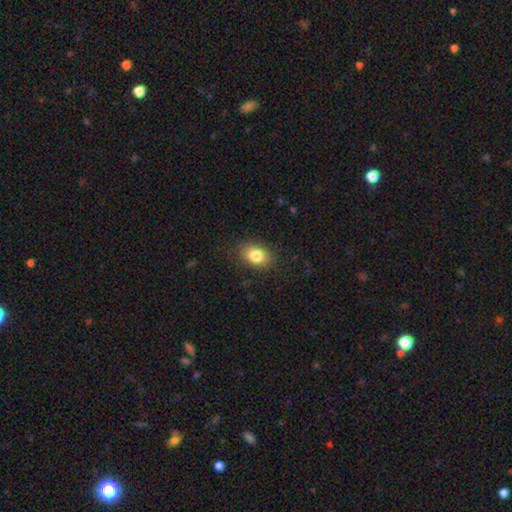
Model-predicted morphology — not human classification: smooth 84%, star or artifact 8%, featured or disk 8%. Down the decision tree: how rounded — in between (80%); merging — none (85%).